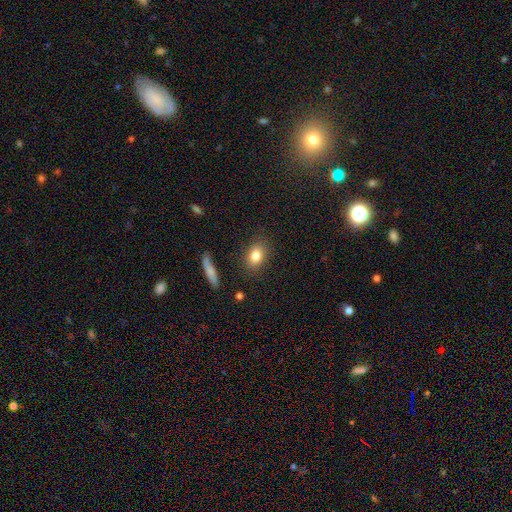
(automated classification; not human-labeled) Smooth or featured? smooth (82%)
How rounded? in between (74%)
Merging? none (83%)